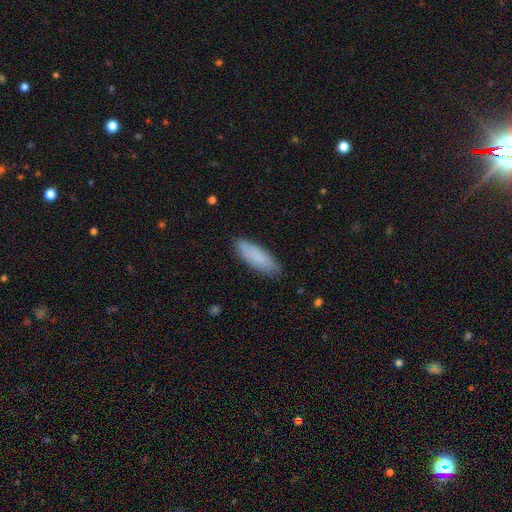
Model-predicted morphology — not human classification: type=smooth (83%); roundness=in between (57%); merging=none (83%).